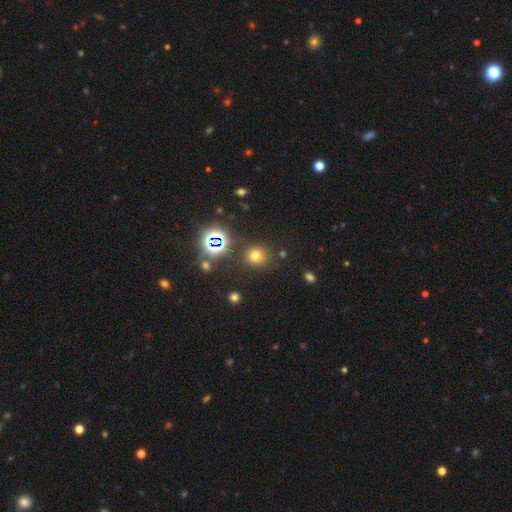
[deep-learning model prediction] A smooth galaxy with no disk features (66%) that is round (87%). Merging: none (83%).